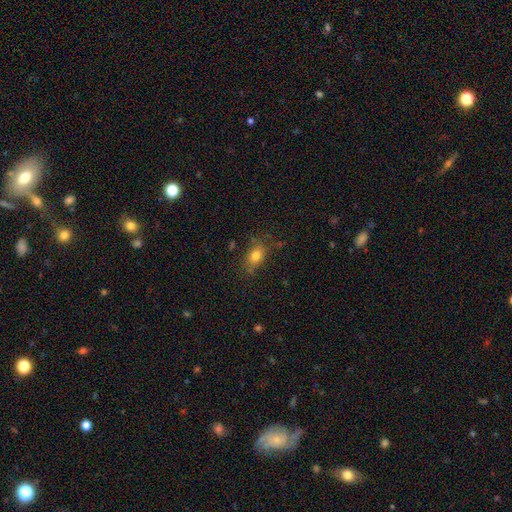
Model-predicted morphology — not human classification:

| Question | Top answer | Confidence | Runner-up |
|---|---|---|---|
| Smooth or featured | smooth | 78% | star or artifact (11%) |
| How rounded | in between | 74% | round (23%) |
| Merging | none | 74% | minor disturbance (18%) |